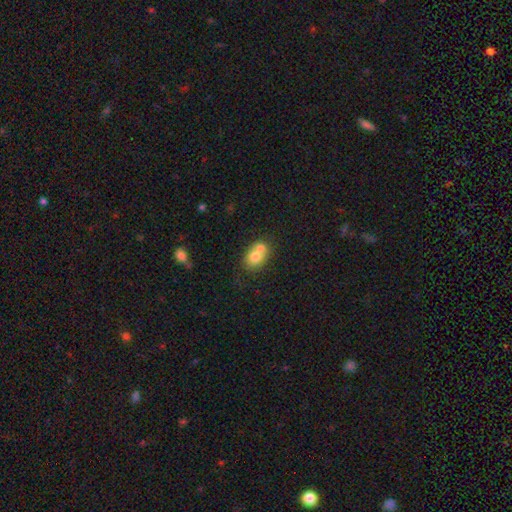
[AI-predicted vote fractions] A smooth galaxy with no disk features (72%) that is round (50%). Merging: merger (60%).